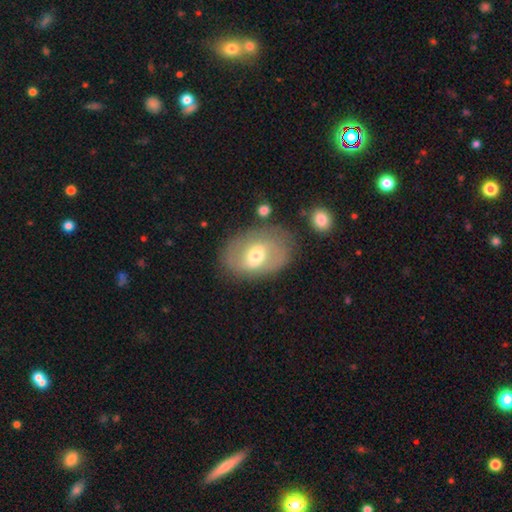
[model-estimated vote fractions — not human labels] A featured or disk galaxy (56%) with a weak bar (50%), spiral arms (60%) and a moderate central bulge (66%). Merging: none (71%).